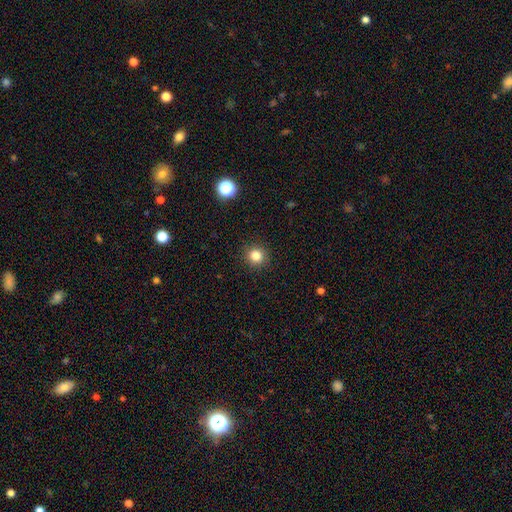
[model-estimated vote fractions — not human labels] Smooth or featured? smooth (83%)
How rounded? round (93%)
Merging? none (92%)